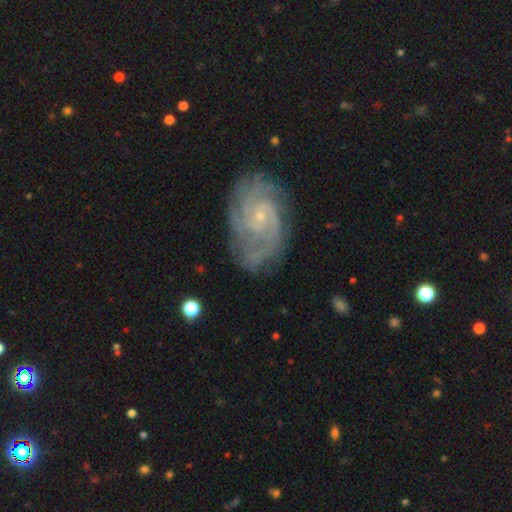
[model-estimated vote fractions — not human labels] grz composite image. It shows a featured or disk galaxy (89%) with no bar (68%), 2 (30%) tight (62%) spiral arms (98%) and a small central bulge (82%). Merging: none (72%).